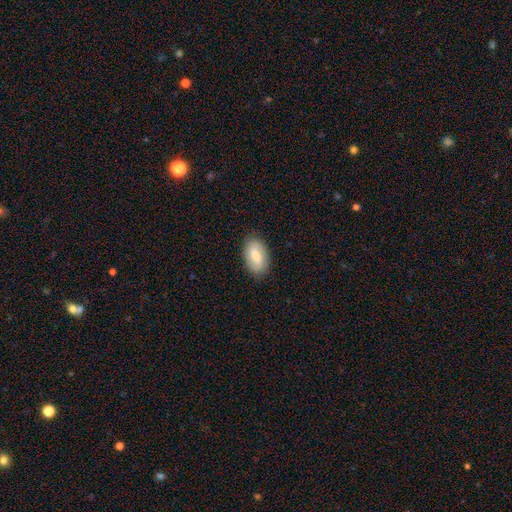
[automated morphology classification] This is likely a smooth galaxy (61%). How rounded: clearly in between (93%). Merging: clearly none (86%).